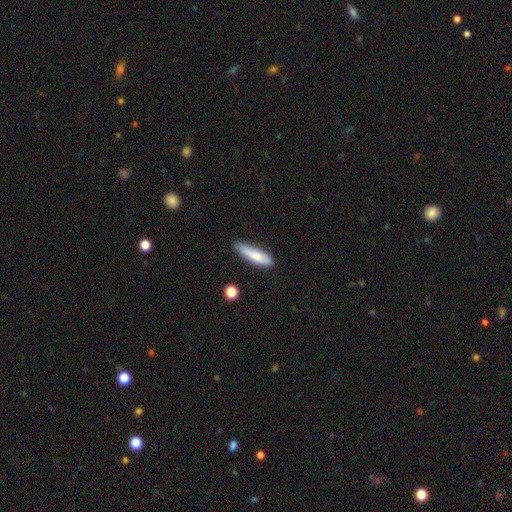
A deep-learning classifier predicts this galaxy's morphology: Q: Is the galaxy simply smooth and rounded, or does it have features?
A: smooth — 79%.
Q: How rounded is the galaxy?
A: cigar-shaped — 71%.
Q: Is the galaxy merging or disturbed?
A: none — 73%.